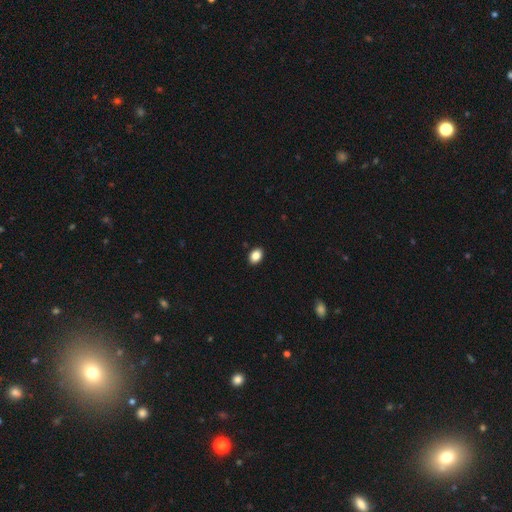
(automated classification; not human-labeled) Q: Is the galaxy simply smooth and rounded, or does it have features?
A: smooth — 87%.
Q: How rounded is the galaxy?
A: in between — 77%.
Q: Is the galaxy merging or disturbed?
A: none — 90%.